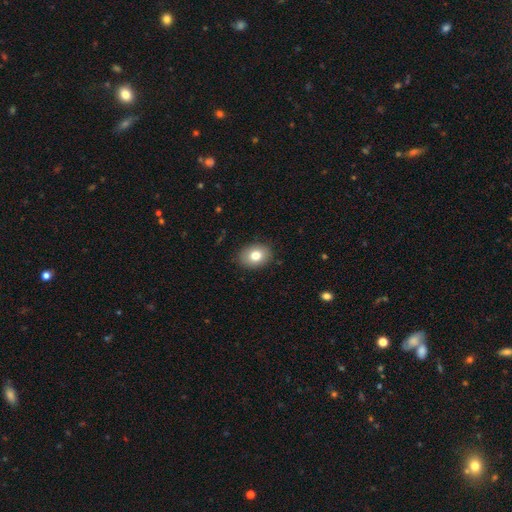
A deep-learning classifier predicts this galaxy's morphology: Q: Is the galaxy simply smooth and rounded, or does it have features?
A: smooth — 79%.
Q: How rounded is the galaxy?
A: in between — 67%.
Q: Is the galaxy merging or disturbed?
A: none — 87%.